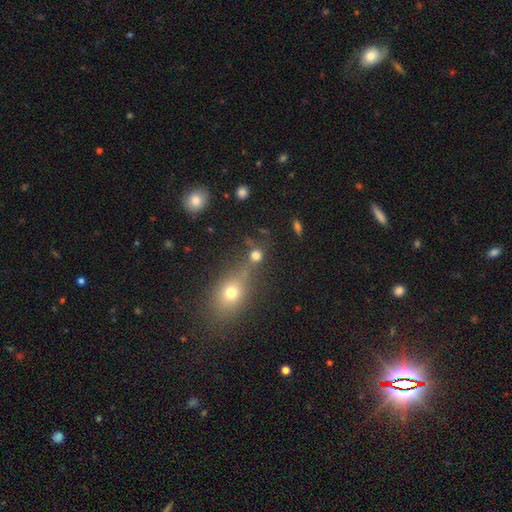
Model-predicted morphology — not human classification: Smooth or featured? smooth (71%)
How rounded? round (79%)
Merging? none (53%)